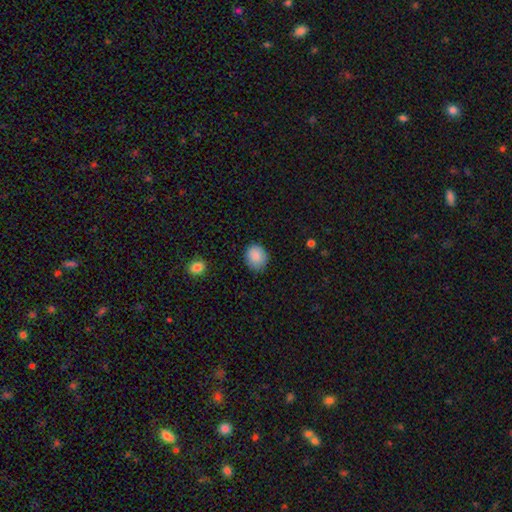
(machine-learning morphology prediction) The model was most divided on "how rounded": round: 69%, in between: 30%, cigar-shaped: 1%. More confident: smooth or featured — smooth (88%); merging — none (82%).